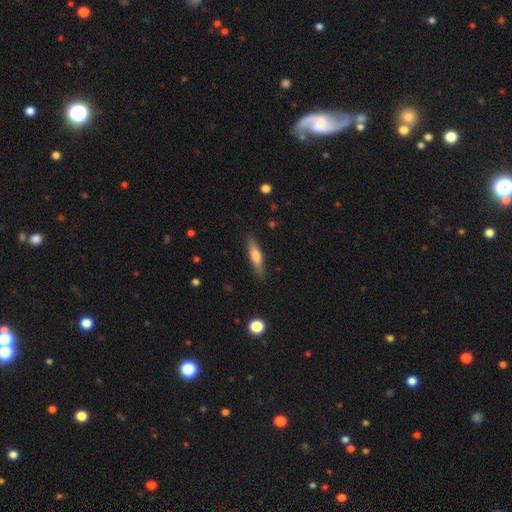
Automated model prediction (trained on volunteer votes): A smooth galaxy with no disk features (62%) that is cigar-shaped (76%). Merging: none (86%).